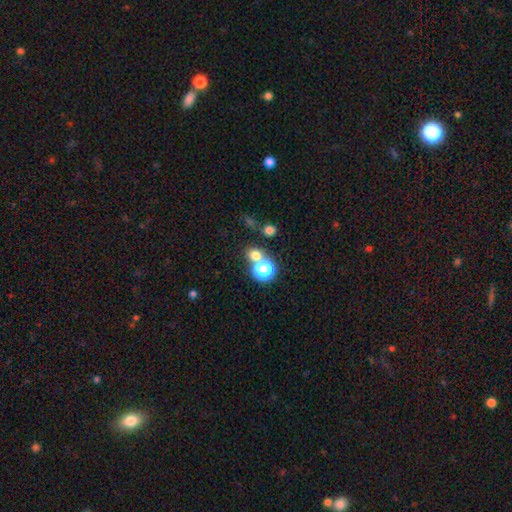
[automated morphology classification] Overall: smooth (68%). How rounded: round (80%). Merging: none (64%; merger 25%).